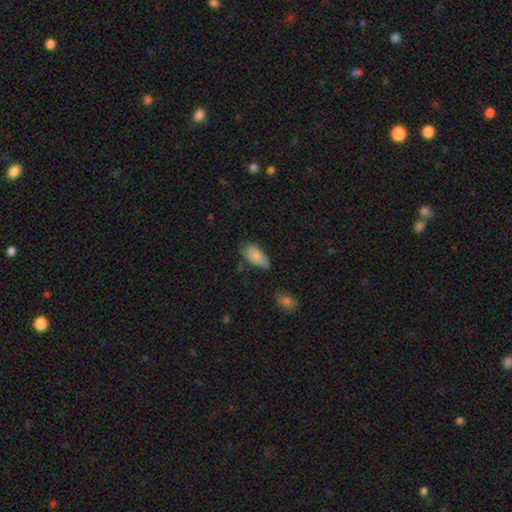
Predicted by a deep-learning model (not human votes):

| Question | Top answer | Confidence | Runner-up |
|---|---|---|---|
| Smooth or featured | smooth | 84% | featured or disk (9%) |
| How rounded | in between | 93% | cigar-shaped (4%) |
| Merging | none | 55% | minor disturbance (34%) |